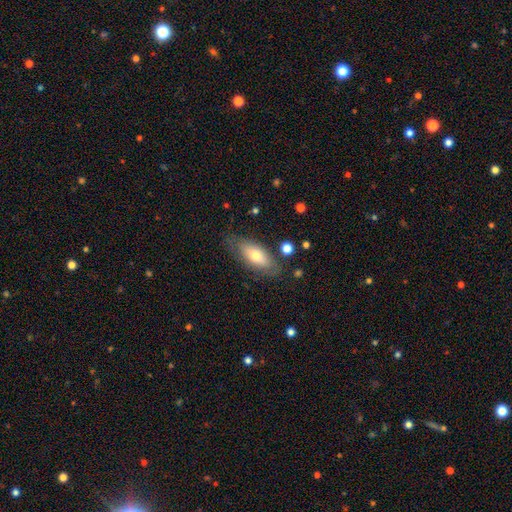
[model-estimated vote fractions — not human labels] This appears to be a smooth galaxy with no disk features (64%) that is in between round and cigar-shaped (77%). Merging: none (75%).